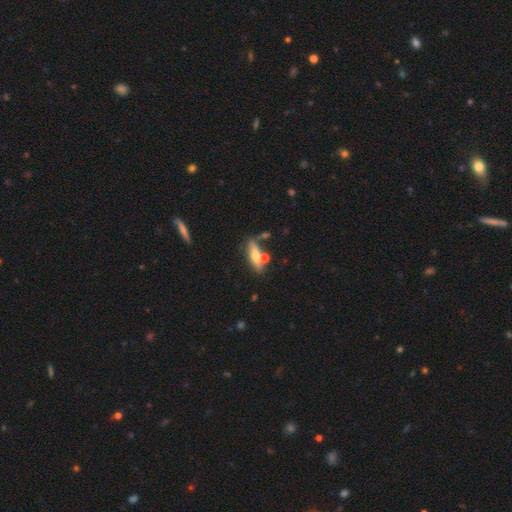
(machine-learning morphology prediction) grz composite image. It shows a smooth galaxy with no disk features (48%). Merging: none (63%).